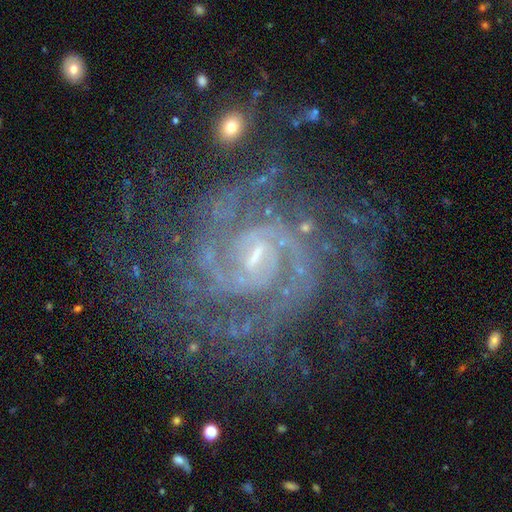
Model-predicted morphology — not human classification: Overall: featured or disk (92%). Edge-on disk: no (98%). Bar: weak (53%; no 28%). Spiral arms: yes (98%). Spiral arm count: 2 (42%; can't tell 17%). Spiral winding: tight (68%; medium 28%). Bulge size: small (69%). Merging: none (74%).